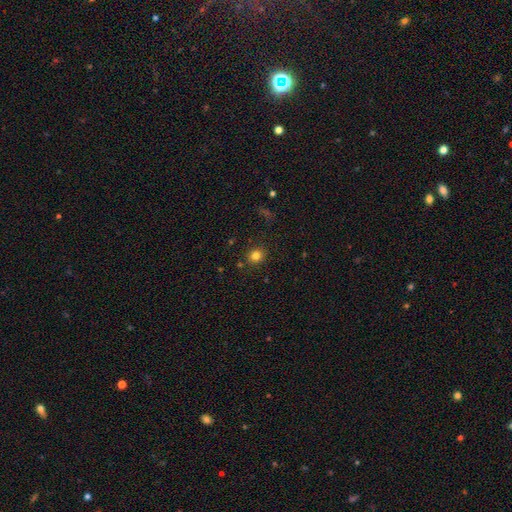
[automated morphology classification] smooth-or-featured: smooth: 80% | star or artifact: 14% | featured or disk: 6%
  how-rounded: round: 84% | in between: 15% | cigar-shaped: 1%
  merging: none: 88% | minor disturbance: 8% | major disturbance: 2% | merger: 2%